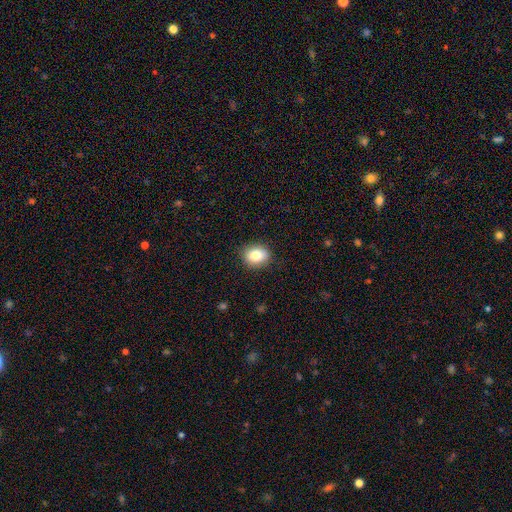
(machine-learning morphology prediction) Smooth or featured? smooth (83%)
How rounded? round (53%)
Merging? none (88%)